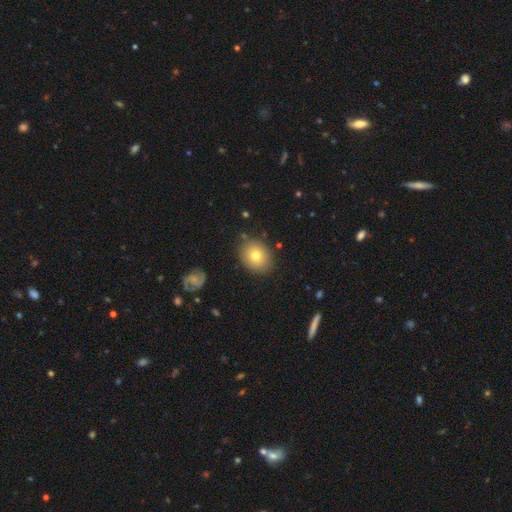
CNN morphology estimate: smooth_or_featured: smooth (p=0.75) [alt: featured or disk p=0.15]
how_rounded: round (p=0.58) [alt: in between p=0.41]
merging: none (p=0.85) [alt: minor disturbance p=0.11]